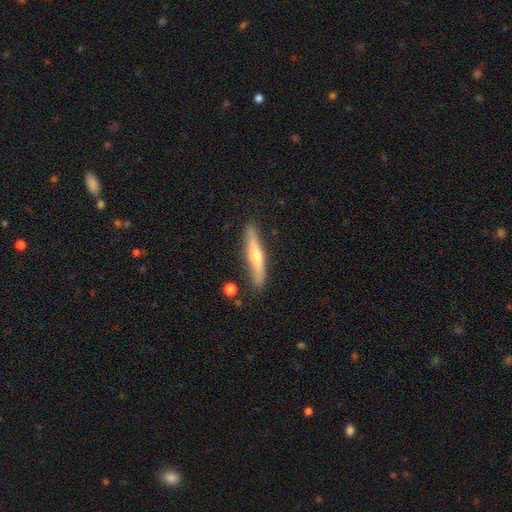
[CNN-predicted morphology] smooth-or-featured: featured or disk: 49% | smooth: 46% | star or artifact: 6%
  merging: none: 83% | minor disturbance: 12% | merger: 3% | major disturbance: 2%